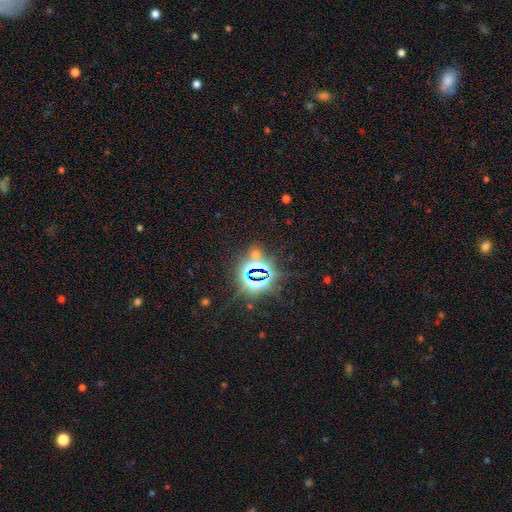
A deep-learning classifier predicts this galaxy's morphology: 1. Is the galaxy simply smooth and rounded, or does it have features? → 80% star or artifact, 13% smooth, 8% featured or disk.